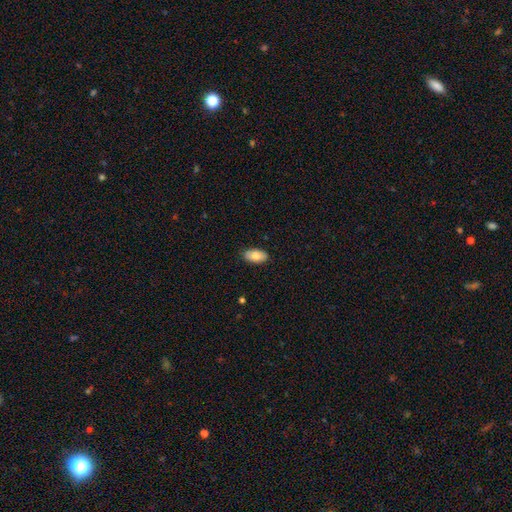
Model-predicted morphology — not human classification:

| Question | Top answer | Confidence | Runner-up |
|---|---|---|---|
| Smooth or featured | smooth | 82% | featured or disk (12%) |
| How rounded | in between | 94% | cigar-shaped (3%) |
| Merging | none | 87% | minor disturbance (10%) |